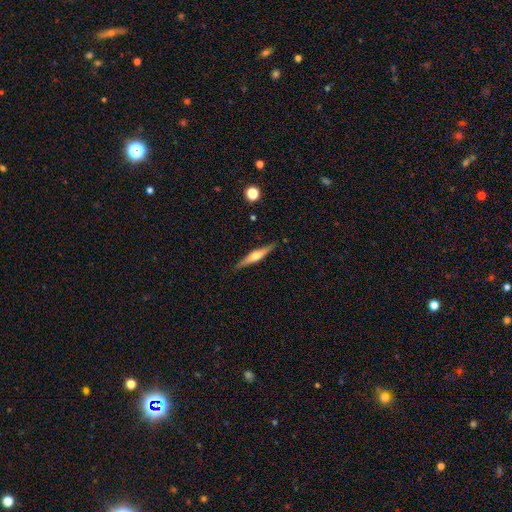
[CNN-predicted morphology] Smooth or featured? featured or disk (65%)
Edge-on disk? yes (97%)
Edge-on bulge? rounded (85%)
Merging? none (89%)